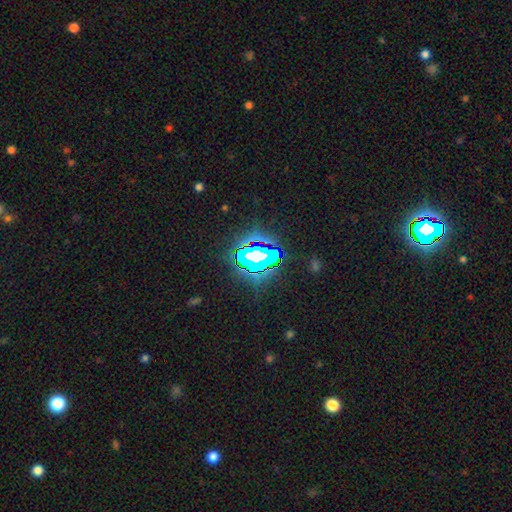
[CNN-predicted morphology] Smooth or featured? star or artifact (69%)